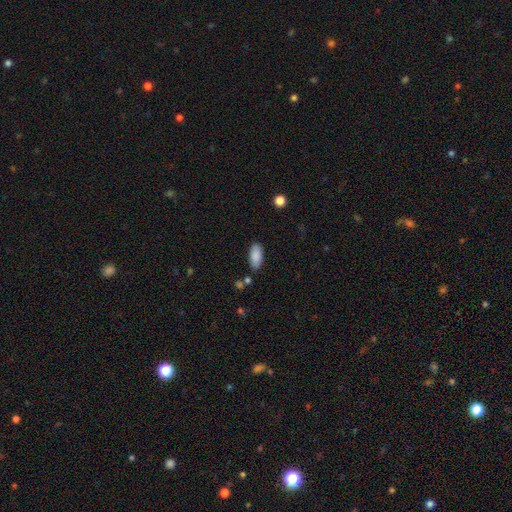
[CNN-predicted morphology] This is clearly a smooth galaxy (89%). How rounded: clearly in between (90%). Merging: clearly none (82%).